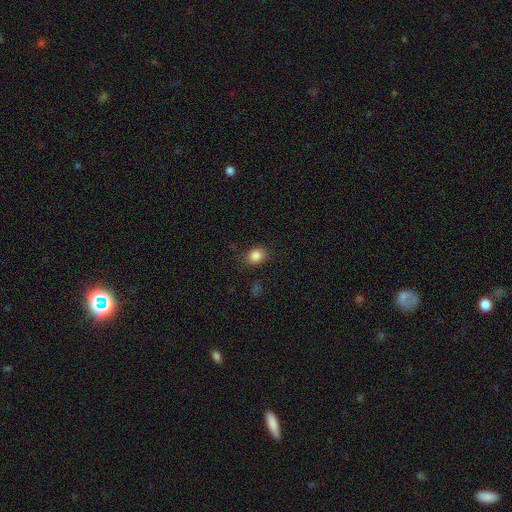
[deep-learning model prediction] Smooth or featured? Predicted: smooth (p=0.85). How rounded? Predicted: round (p=0.57). Merging? Predicted: none (p=0.80).